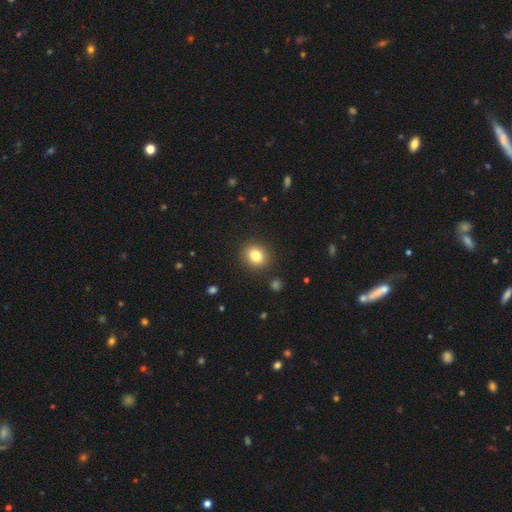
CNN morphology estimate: Q: Smooth or featured?
A: smooth (81%); runner-up: star or artifact (11%)
Q: How rounded?
A: round (70%); runner-up: in between (30%)
Q: Merging?
A: none (90%); runner-up: minor disturbance (7%)